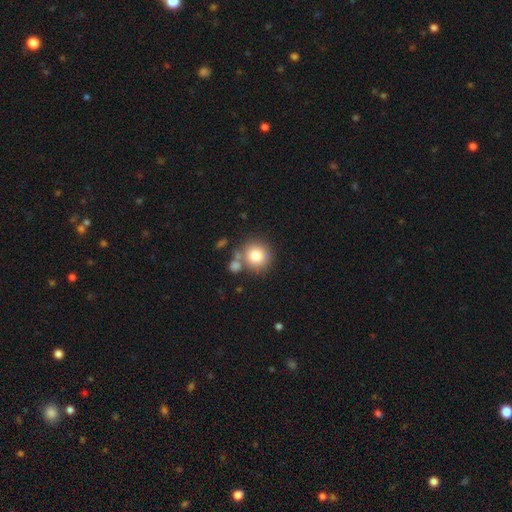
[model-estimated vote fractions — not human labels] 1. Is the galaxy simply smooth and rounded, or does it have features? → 79% smooth, 11% featured or disk, 10% star or artifact.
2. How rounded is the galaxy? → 92% round, 7% in between, 1% cigar-shaped.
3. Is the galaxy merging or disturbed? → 66% none, 19% merger, 11% minor disturbance, 4% major disturbance.